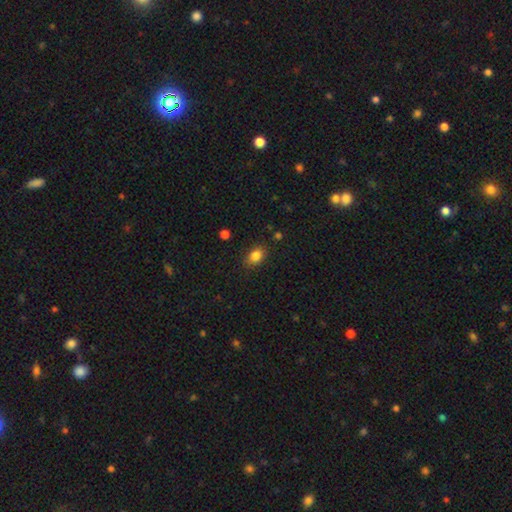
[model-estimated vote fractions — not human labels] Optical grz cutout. It shows a smooth galaxy with no disk features (85%) that is in between round and cigar-shaped (73%). Merging: none (84%).